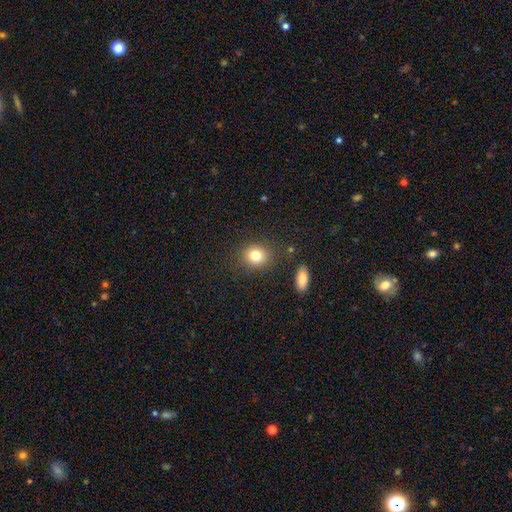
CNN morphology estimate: smooth_or_featured: smooth (p=0.81) [alt: star or artifact p=0.11]
how_rounded: round (p=0.75) [alt: in between p=0.24]
merging: none (p=0.84) [alt: minor disturbance p=0.09]